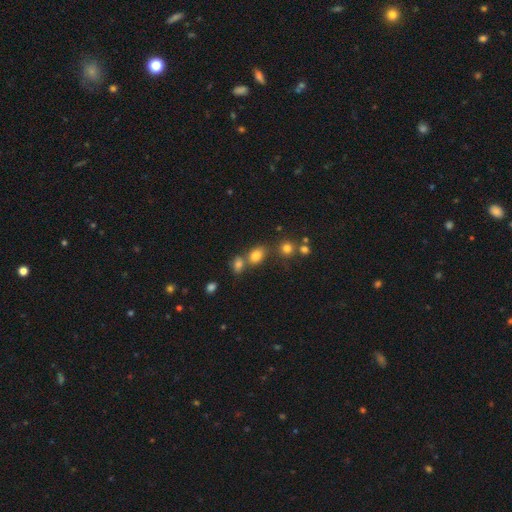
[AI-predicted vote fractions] A smooth galaxy with no disk features (77%) that is in between round and cigar-shaped (68%). Merging: none (54%).